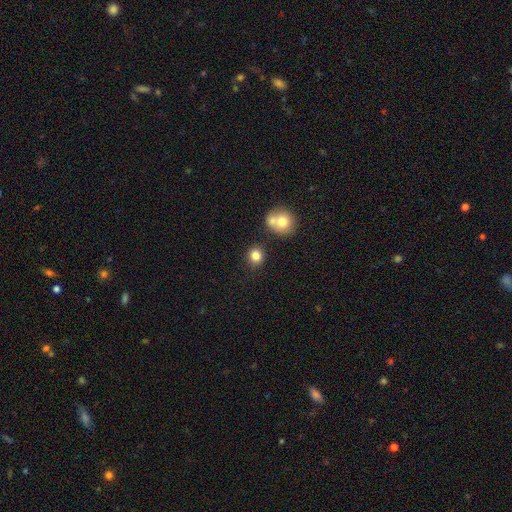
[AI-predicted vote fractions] Morphology: type=smooth (82%); roundness=round (81%); merging=none (80%).